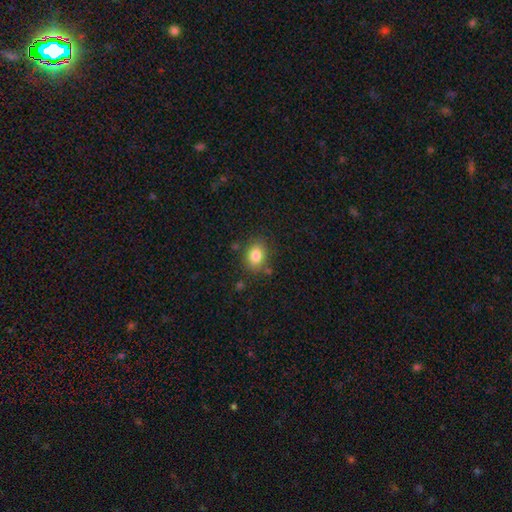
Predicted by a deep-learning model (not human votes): Smooth or featured? smooth (83%)
How rounded? in between (62%)
Merging? none (80%)